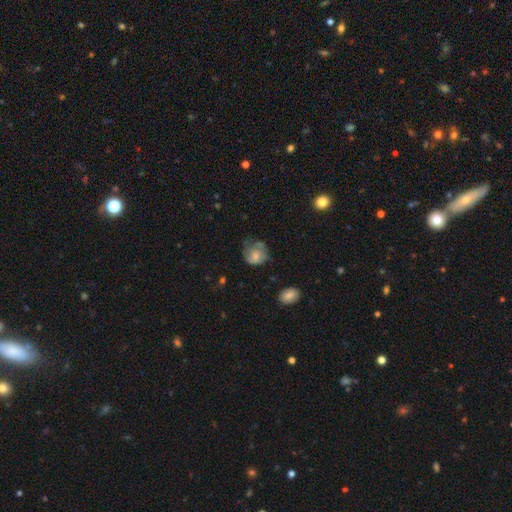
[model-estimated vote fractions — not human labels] smooth_or_featured: smooth (p=0.59) [alt: featured or disk p=0.32]
how_rounded: round (p=0.71) [alt: in between p=0.28]
merging: none (p=0.44) [alt: minor disturbance p=0.30]